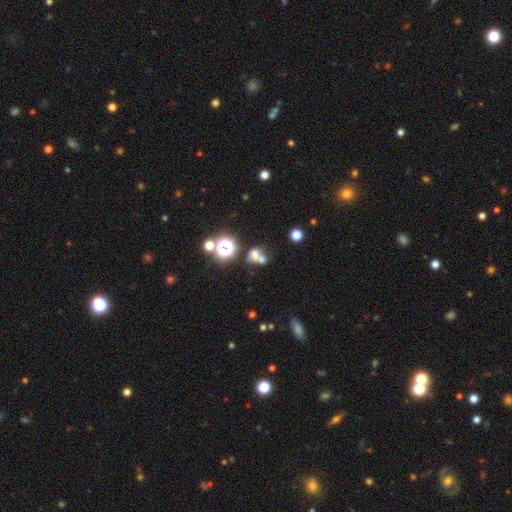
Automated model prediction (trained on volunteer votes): A smooth galaxy with no disk features (59%) that is round (60%).

Vote fractions:
- Smooth or featured? smooth: 59% / star or artifact: 24% / featured or disk: 17%
- How rounded? round: 60% / in between: 39% / cigar-shaped: 2%
- Merging? merger: 52% / none: 31% / minor disturbance: 9% / major disturbance: 8%